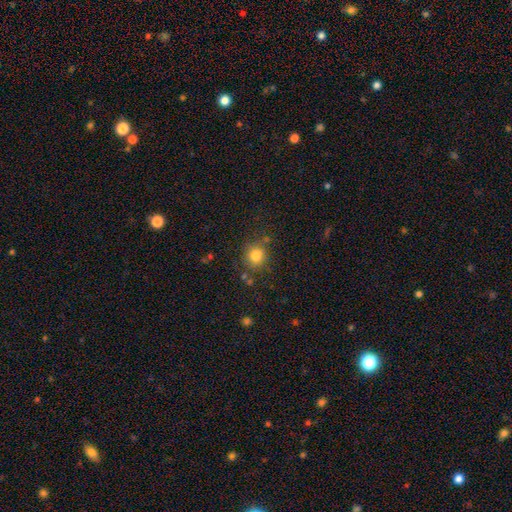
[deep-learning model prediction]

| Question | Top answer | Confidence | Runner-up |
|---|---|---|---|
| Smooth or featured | smooth | 80% | star or artifact (12%) |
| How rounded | round | 83% | in between (16%) |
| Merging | none | 76% | minor disturbance (13%) |